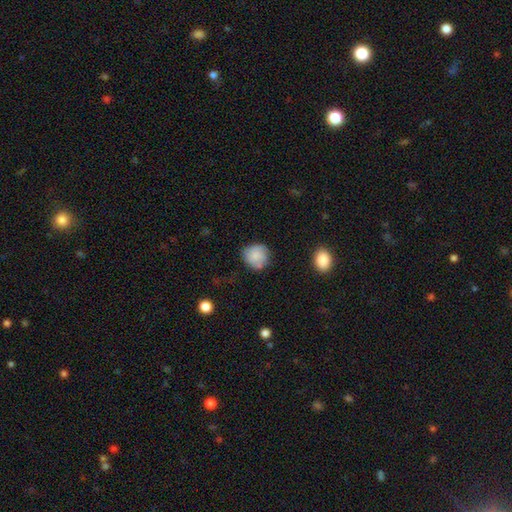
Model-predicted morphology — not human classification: Q: Smooth or featured?
A: smooth (67%); runner-up: featured or disk (25%)
Q: How rounded?
A: round (85%); runner-up: in between (14%)
Q: Merging?
A: none (70%); runner-up: minor disturbance (21%)